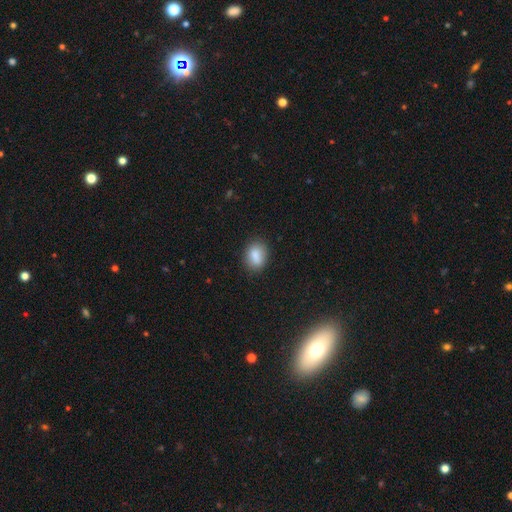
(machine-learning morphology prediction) This is clearly a smooth galaxy (85%). How rounded: likely in between (72%). Merging: clearly none (80%).